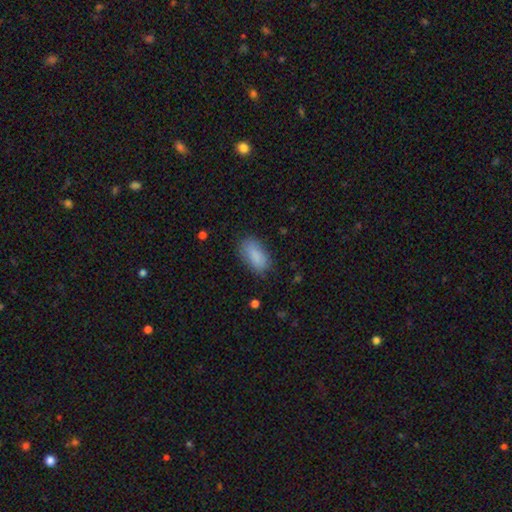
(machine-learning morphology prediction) smooth_or_featured: smooth (p=0.87) [alt: star or artifact p=0.07]
how_rounded: in between (p=0.91) [alt: cigar-shaped p=0.06]
merging: none (p=0.78) [alt: minor disturbance p=0.17]